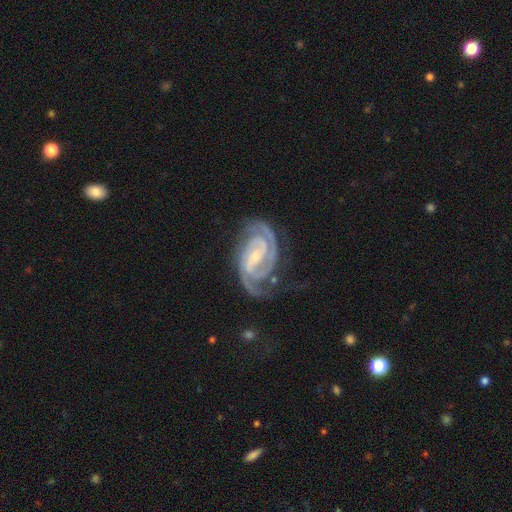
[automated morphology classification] type=featured or disk (92%); edge-on=no (98%); bar=weak (43%); spiral arms=yes (99%); winding=tight (65%); arm count=2 (74%); bulge=small (71%); merging=none (65%).